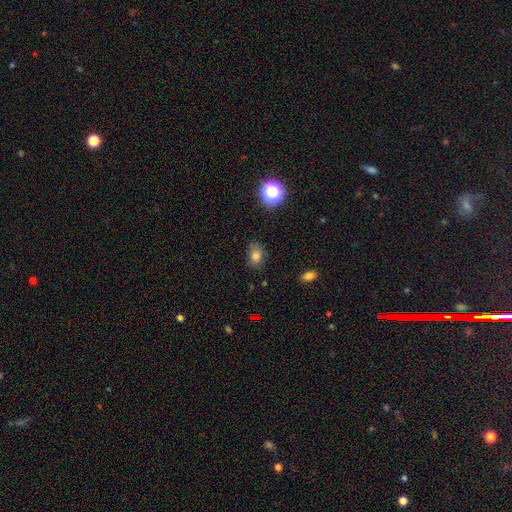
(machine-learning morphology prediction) This is likely a smooth galaxy (79%). How rounded: likely in between (68%). Merging: likely none (72%).